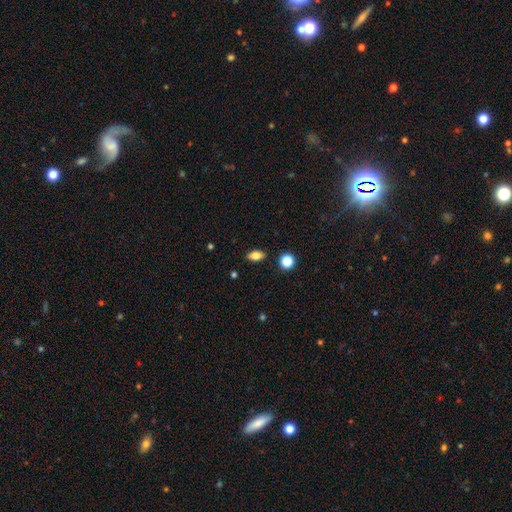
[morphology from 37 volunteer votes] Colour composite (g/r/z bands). It shows a smooth galaxy with no disk features (70%) that is in between round and cigar-shaped (85%). Merging: none (82%).